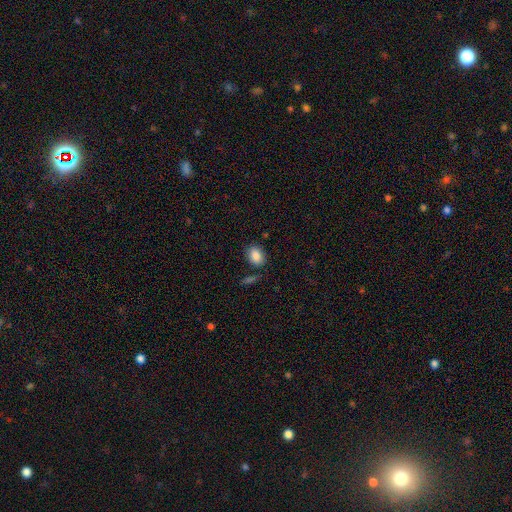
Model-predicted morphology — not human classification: smooth-or-featured: smooth: 87% | star or artifact: 8% | featured or disk: 5%
  how-rounded: in between: 78% | round: 21% | cigar-shaped: 1%
  merging: none: 81% | minor disturbance: 12% | merger: 4% | major disturbance: 3%